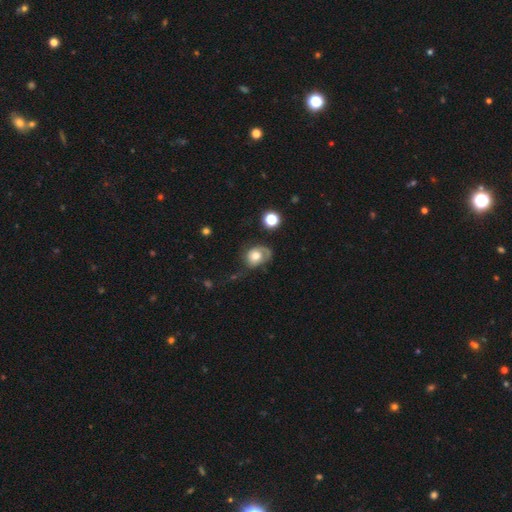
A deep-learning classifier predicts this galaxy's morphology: Smooth or featured? Predicted: smooth (p=0.51). How rounded? Predicted: round (p=0.53). Merging? Predicted: none (p=0.38).